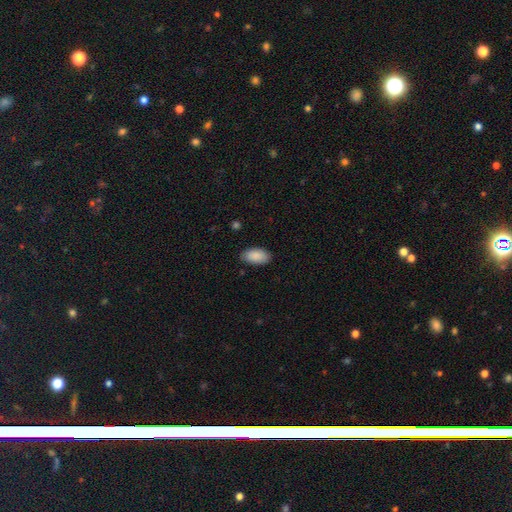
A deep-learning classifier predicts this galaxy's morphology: smooth_or_featured: smooth (p=0.90) [alt: star or artifact p=0.06]
how_rounded: in between (p=0.95) [alt: round p=0.03]
merging: none (p=0.85) [alt: minor disturbance p=0.12]